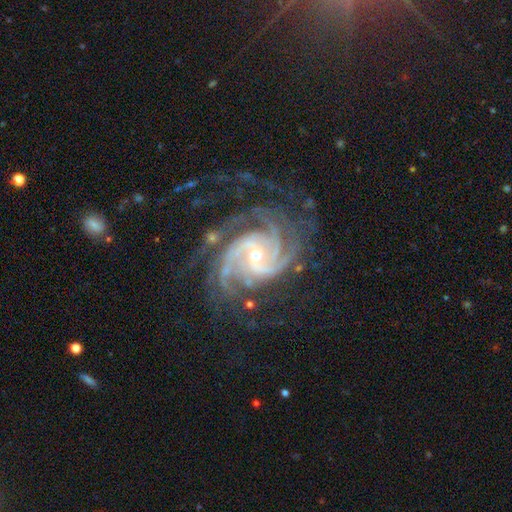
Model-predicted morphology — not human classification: Q: Smooth or featured?
A: featured or disk (93%); runner-up: star or artifact (5%)
Q: Edge-on disk?
A: no (98%); runner-up: yes (2%)
Q: Bar?
A: no (47%); runner-up: weak (35%)
Q: Spiral arms?
A: yes (99%); runner-up: no (1%)
Q: Spiral winding?
A: tight (55%); runner-up: medium (39%)
Q: Spiral arm count?
A: 4 (29%); runner-up: 3 (25%)
Q: Bulge size?
A: small (67%); runner-up: moderate (30%)
Q: Merging?
A: none (66%); runner-up: minor disturbance (18%)